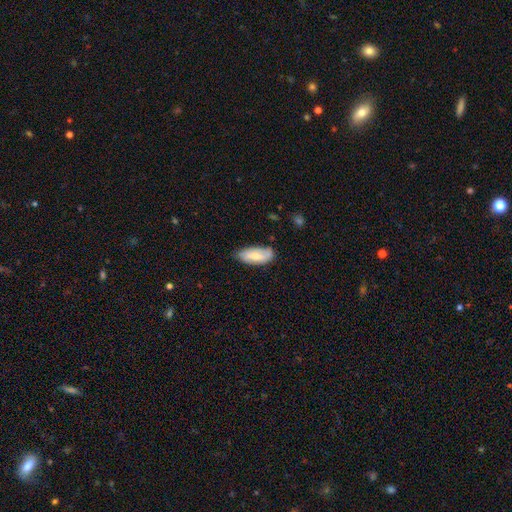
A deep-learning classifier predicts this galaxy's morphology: The model was most divided on "smooth or featured": smooth: 50%, featured or disk: 43%, star or artifact: 6%. More confident: how rounded — in between (85%); merging — none (68%).